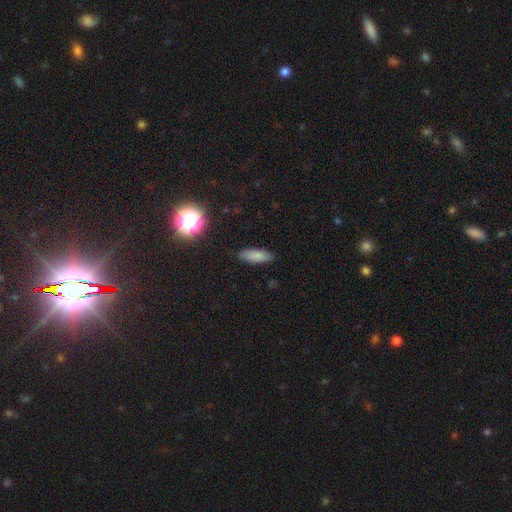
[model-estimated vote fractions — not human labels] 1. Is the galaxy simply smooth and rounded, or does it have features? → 82% smooth, 10% star or artifact, 8% featured or disk.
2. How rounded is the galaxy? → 64% in between, 33% cigar-shaped, 3% round.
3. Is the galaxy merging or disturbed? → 85% none, 12% minor disturbance, 2% major disturbance, 1% merger.